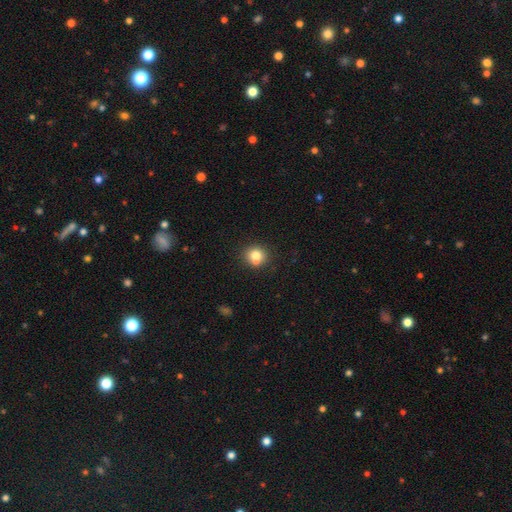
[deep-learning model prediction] Smooth or featured? Predicted: smooth (p=0.76). How rounded? Predicted: round (p=0.84). Merging? Predicted: none (p=0.62).